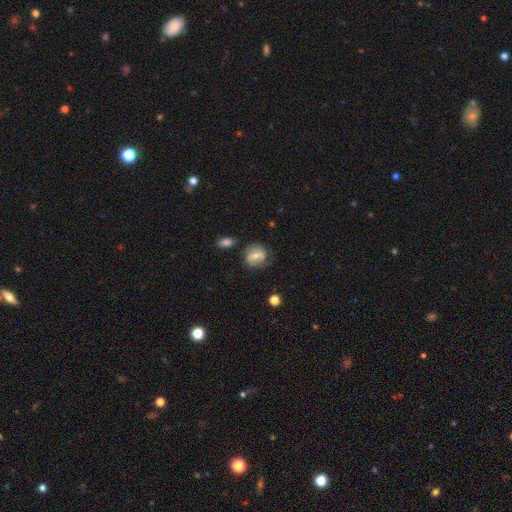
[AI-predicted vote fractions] smooth_or_featured: featured or disk (p=0.48) [alt: smooth p=0.44]
merging: none (p=0.70) [alt: minor disturbance p=0.19]